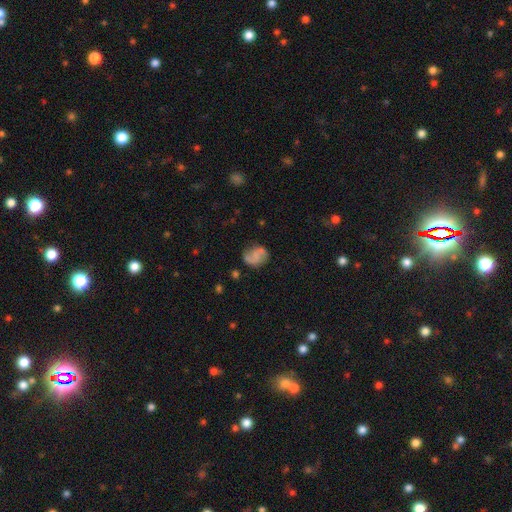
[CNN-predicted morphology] type=featured or disk (63%); edge-on=no (98%); bar=no (59%); spiral arms=yes (92%); winding=loose (45%); arm count=2 (88%); bulge=none (60%); merging=none (72%).